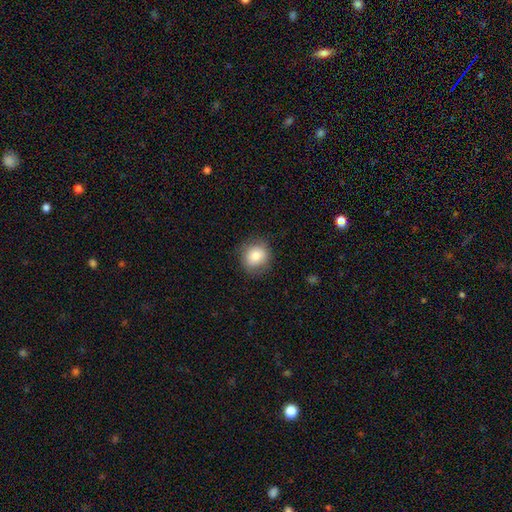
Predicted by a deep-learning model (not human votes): Morphology: type=smooth (80%); roundness=round (83%); merging=none (83%).